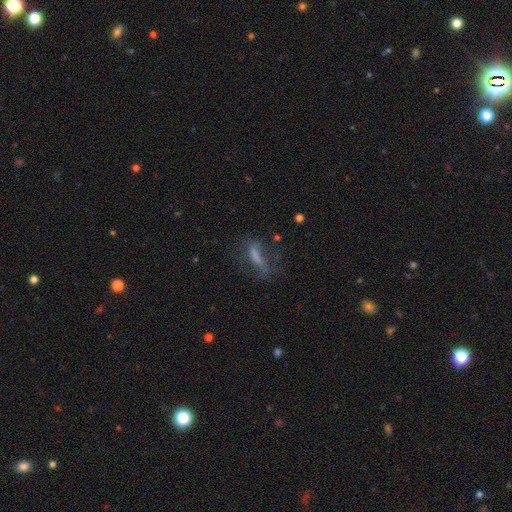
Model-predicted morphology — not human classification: The model was most divided on "smooth or featured": smooth: 46%, featured or disk: 37%, star or artifact: 18%. More confident: merging — none (56%).